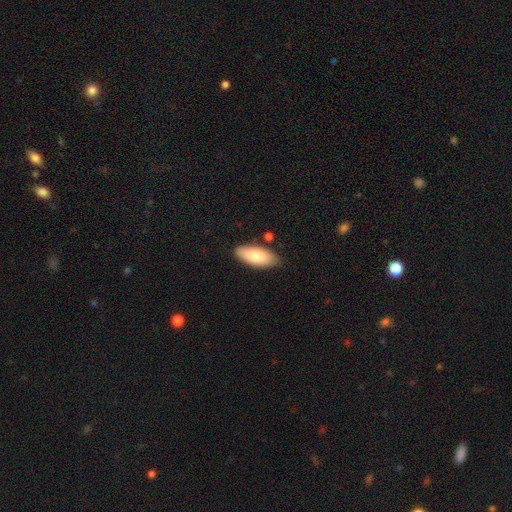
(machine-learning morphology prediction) Smooth or featured? Predicted: smooth (p=0.80). How rounded? Predicted: in between (p=0.85). Merging? Predicted: none (p=0.80).